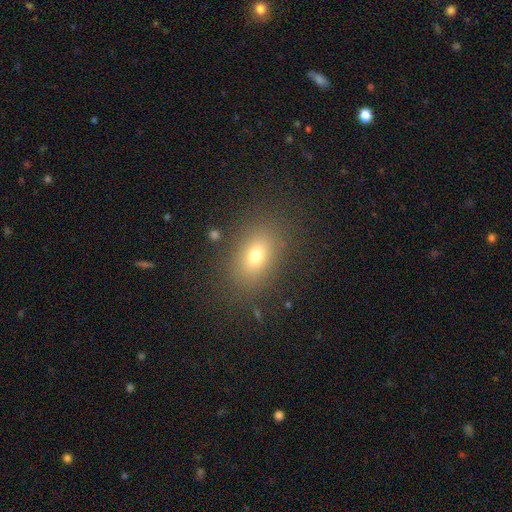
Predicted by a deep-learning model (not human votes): Smooth or featured: smooth — 71% (star or artifact — 15%)
How rounded: in between — 74% (round — 23%)
Merging: none — 84% (minor disturbance — 10%)